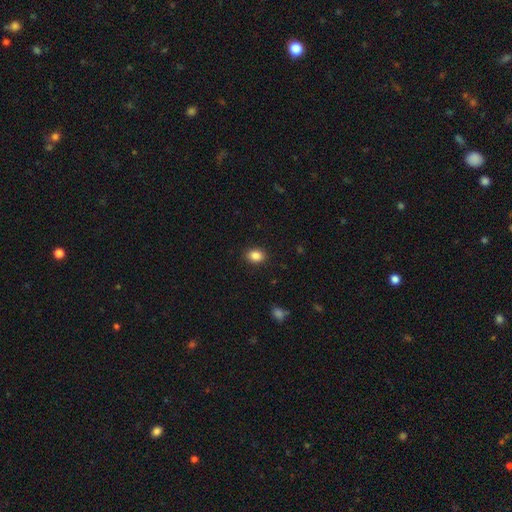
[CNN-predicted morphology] Smooth or featured?
  - smooth: 86% *
  - star or artifact: 9%
  - featured or disk: 5%
How rounded?
  - in between: 63% *
  - round: 36%
  - cigar-shaped: 1%
Merging?
  - none: 90% *
  - minor disturbance: 7%
  - major disturbance: 2%
  - merger: 1%